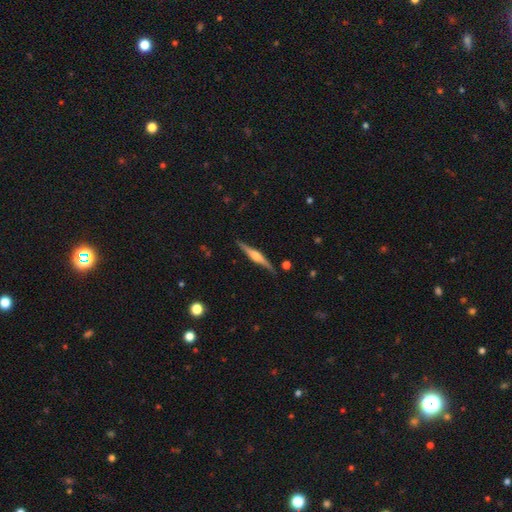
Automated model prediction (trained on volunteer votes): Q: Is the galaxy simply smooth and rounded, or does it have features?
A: featured or disk — 76%.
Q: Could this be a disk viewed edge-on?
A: yes — 98%.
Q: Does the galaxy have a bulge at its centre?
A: rounded — 82%.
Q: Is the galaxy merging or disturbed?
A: none — 87%.